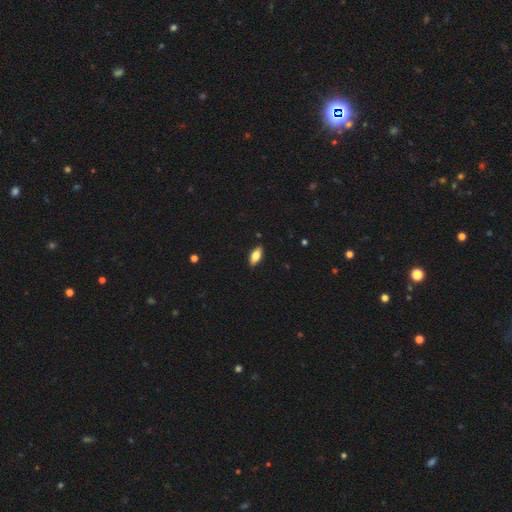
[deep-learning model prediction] Smooth or featured? Predicted: smooth (p=0.76). How rounded? Predicted: in between (p=0.86). Merging? Predicted: none (p=0.89).